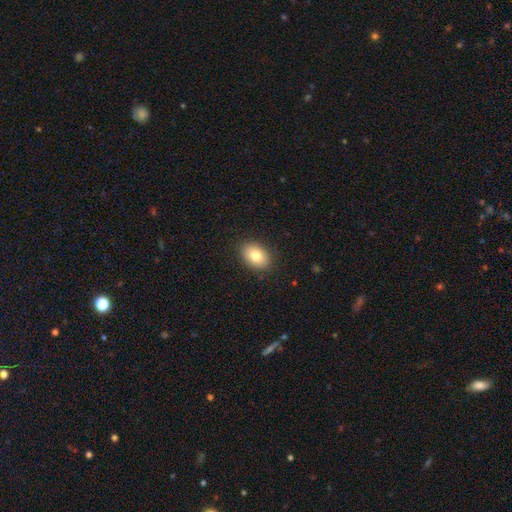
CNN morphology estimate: Smooth or featured? Predicted: smooth (p=0.82). How rounded? Predicted: in between (p=0.83). Merging? Predicted: none (p=0.88).